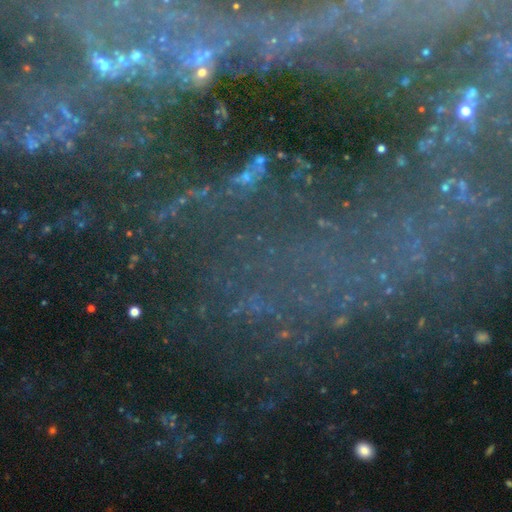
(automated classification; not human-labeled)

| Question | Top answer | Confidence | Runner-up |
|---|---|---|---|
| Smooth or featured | star or artifact | 59% | featured or disk (27%) |